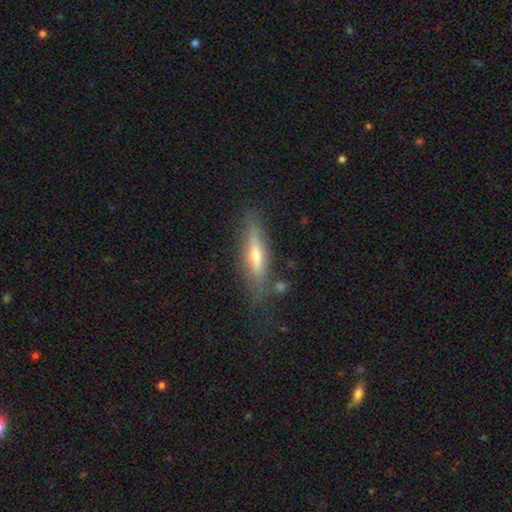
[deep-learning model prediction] Smooth or featured? featured or disk (47%)
Merging? none (74%)